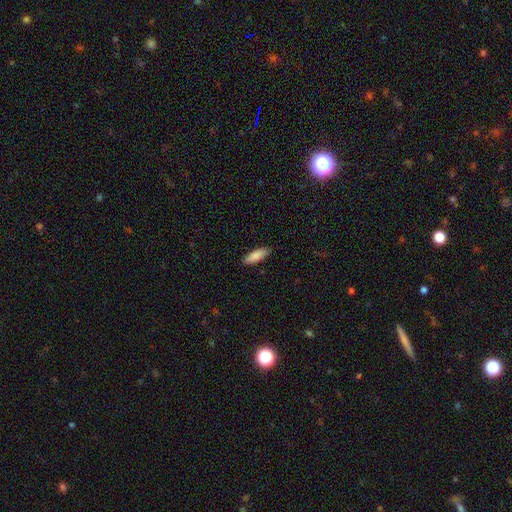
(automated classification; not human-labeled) A smooth galaxy with no disk features (88%) that is in between round and cigar-shaped (55%).

Vote fractions:
- Smooth or featured? smooth: 88% / featured or disk: 7% / star or artifact: 6%
- How rounded? in between: 55% / cigar-shaped: 44% / round: 1%
- Merging? none: 89% / minor disturbance: 9% / major disturbance: 2% / merger: 1%